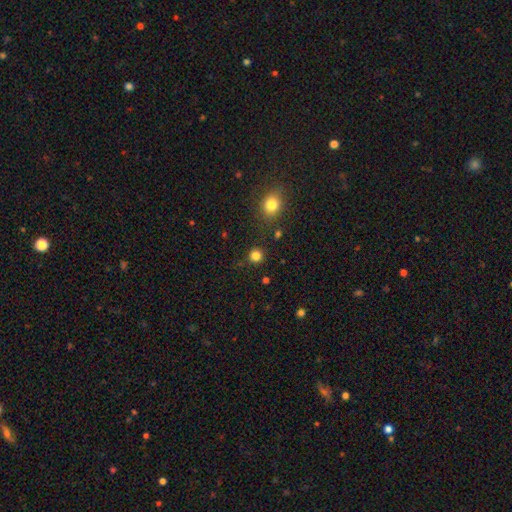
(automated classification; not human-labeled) Overall: smooth (82%). How rounded: round (93%). Merging: none (88%).